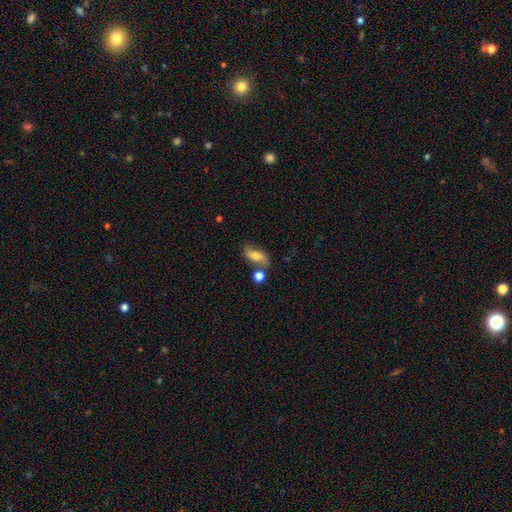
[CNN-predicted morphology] smooth-or-featured: smooth: 53% | featured or disk: 38% | star or artifact: 9%
  how-rounded: in between: 79% | cigar-shaped: 13% | round: 8%
  merging: none: 59% | minor disturbance: 17% | merger: 17% | major disturbance: 6%